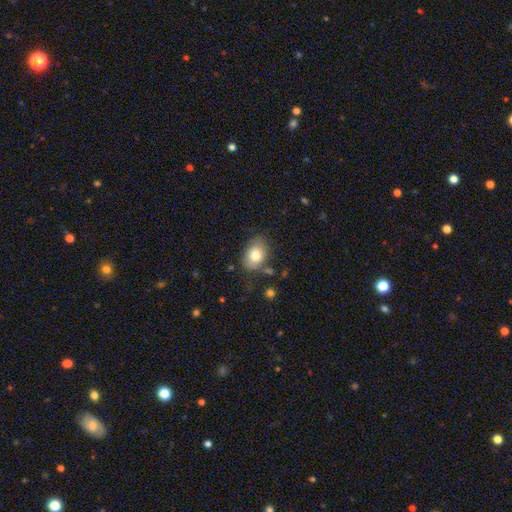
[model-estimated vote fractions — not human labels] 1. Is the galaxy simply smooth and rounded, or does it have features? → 79% smooth, 12% featured or disk, 8% star or artifact.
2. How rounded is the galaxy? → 78% in between, 21% round, 1% cigar-shaped.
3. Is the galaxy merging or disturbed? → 74% none, 18% minor disturbance, 5% major disturbance, 4% merger.